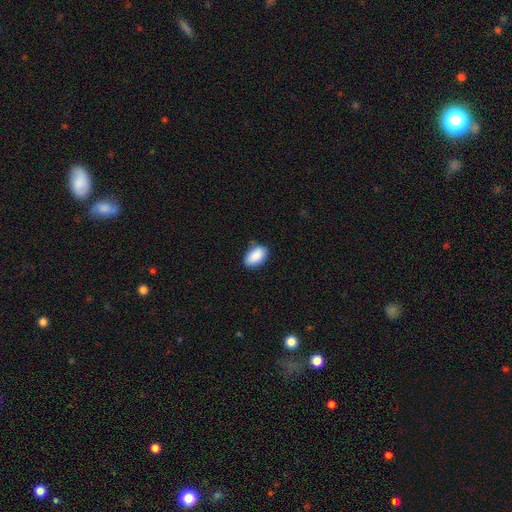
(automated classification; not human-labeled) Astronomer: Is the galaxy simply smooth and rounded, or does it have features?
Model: smooth — 89%.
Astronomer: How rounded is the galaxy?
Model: in between — 93%.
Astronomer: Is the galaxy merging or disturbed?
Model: none — 78%.